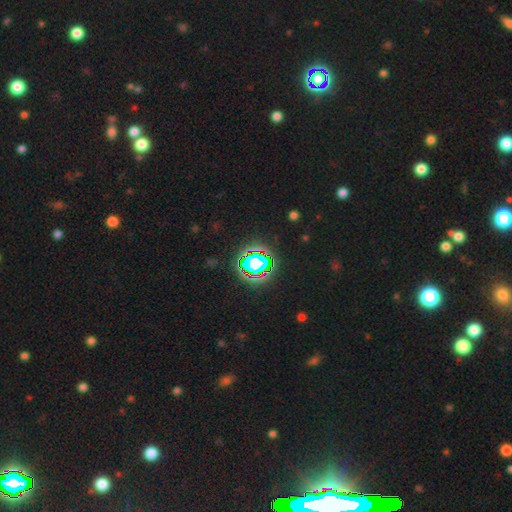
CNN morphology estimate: type=star or artifact (79%).